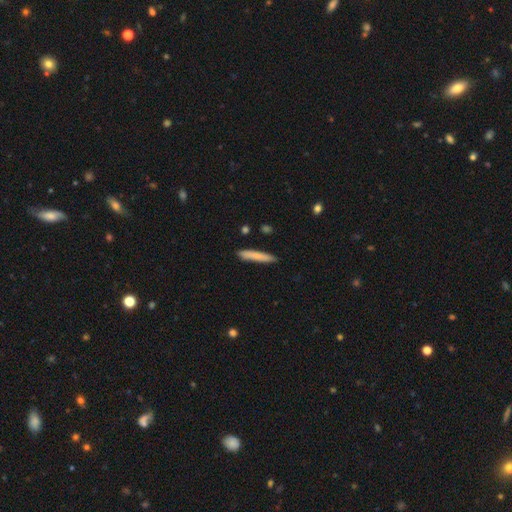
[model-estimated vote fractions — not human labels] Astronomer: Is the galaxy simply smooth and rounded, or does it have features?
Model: smooth — 79%.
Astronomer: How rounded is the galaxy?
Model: cigar-shaped — 93%.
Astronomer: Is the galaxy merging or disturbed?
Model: none — 87%.